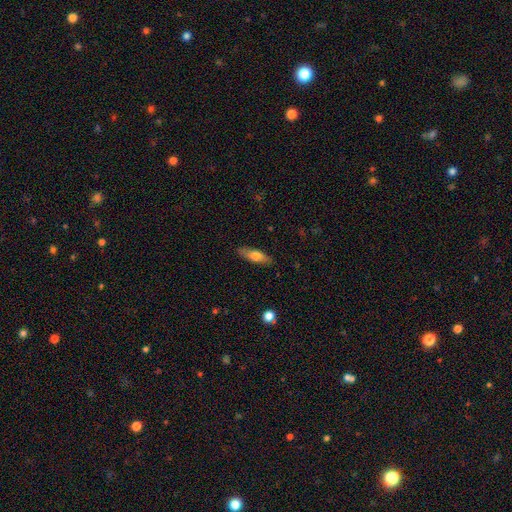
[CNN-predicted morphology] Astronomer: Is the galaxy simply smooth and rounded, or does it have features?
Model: smooth — 66%.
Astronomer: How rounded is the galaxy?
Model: cigar-shaped — 51% (runner-up: in between, 47%).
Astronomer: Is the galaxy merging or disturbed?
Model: none — 87%.